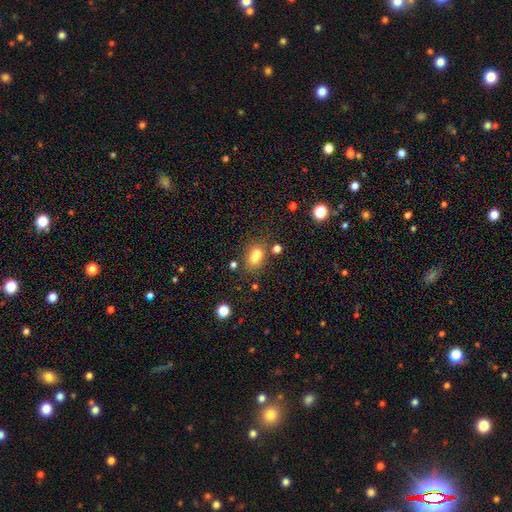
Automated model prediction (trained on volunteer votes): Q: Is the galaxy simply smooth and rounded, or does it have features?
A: smooth — 70%.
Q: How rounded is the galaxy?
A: in between — 64%.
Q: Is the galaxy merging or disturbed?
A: none — 42%.